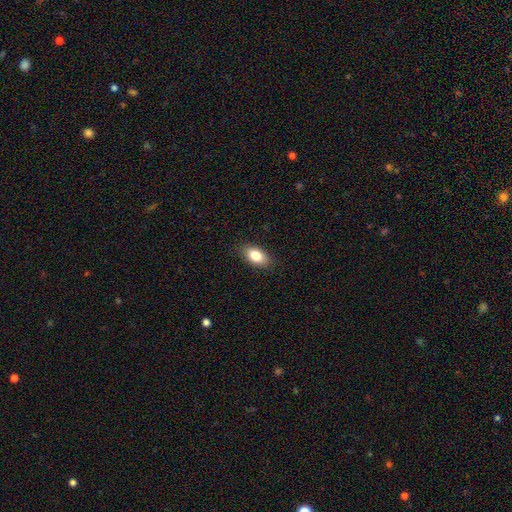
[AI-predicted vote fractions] Overall: smooth (82%). How rounded: in between (90%). Merging: none (87%).